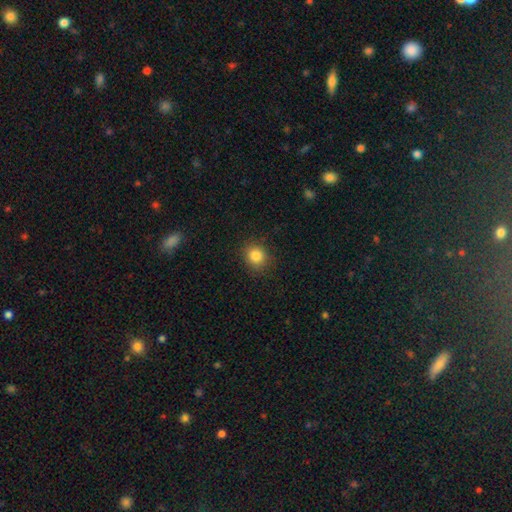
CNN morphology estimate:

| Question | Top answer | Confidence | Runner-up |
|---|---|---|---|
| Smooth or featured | smooth | 84% | star or artifact (11%) |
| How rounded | round | 81% | in between (18%) |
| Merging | none | 86% | minor disturbance (10%) |